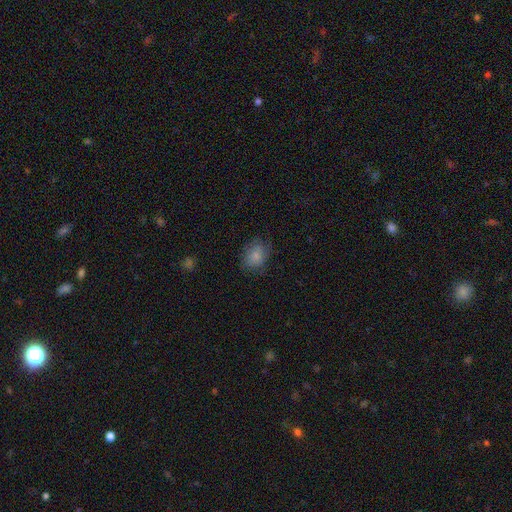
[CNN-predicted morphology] This is clearly a smooth galaxy (80%). How rounded: possibly in between (59%). Merging: likely none (69%).